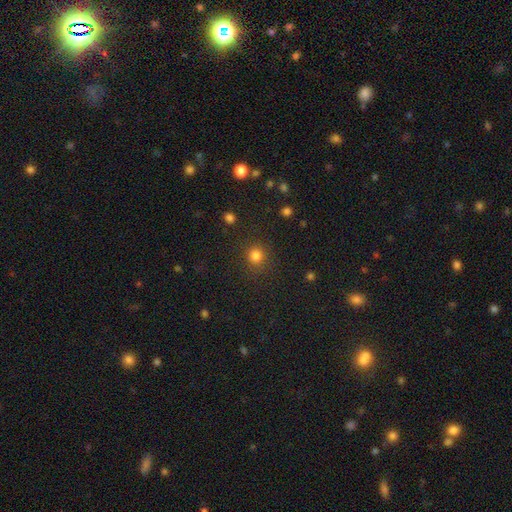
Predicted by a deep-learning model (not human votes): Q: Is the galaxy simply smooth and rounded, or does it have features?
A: smooth — 82%.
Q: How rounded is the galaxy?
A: round — 90%.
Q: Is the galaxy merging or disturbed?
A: none — 87%.